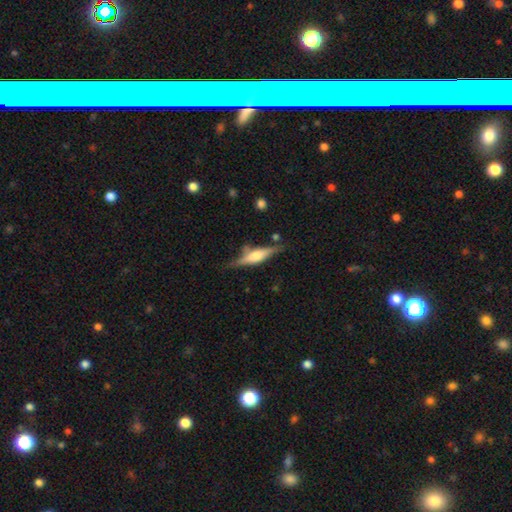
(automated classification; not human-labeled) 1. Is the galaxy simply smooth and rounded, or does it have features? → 65% featured or disk, 29% smooth, 6% star or artifact.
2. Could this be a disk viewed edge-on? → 95% yes, 5% no.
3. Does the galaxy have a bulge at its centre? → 79% rounded, 17% boxy, 4% none.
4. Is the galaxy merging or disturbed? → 73% none, 17% minor disturbance, 5% major disturbance, 4% merger.